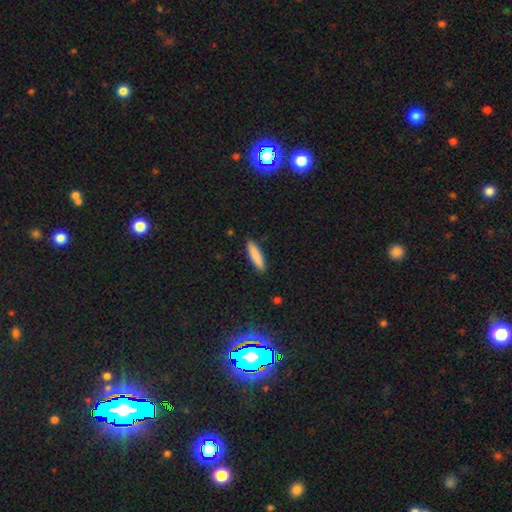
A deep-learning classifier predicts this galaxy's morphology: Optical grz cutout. It shows a smooth galaxy with no disk features (86%) that is cigar-shaped (76%). Merging: none (90%).